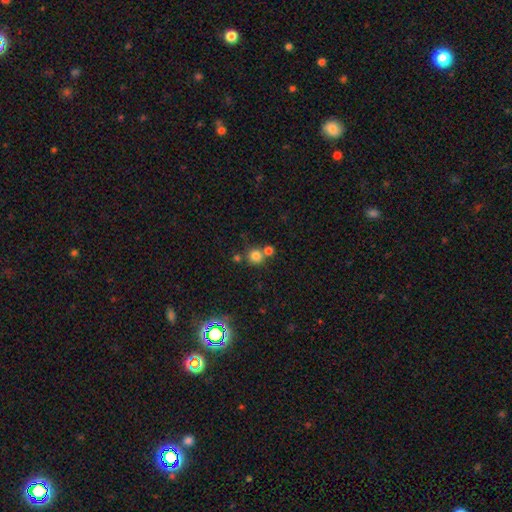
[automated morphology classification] Smooth or featured? Predicted: smooth (p=0.79). How rounded? Predicted: round (p=0.91). Merging? Predicted: none (p=0.62).